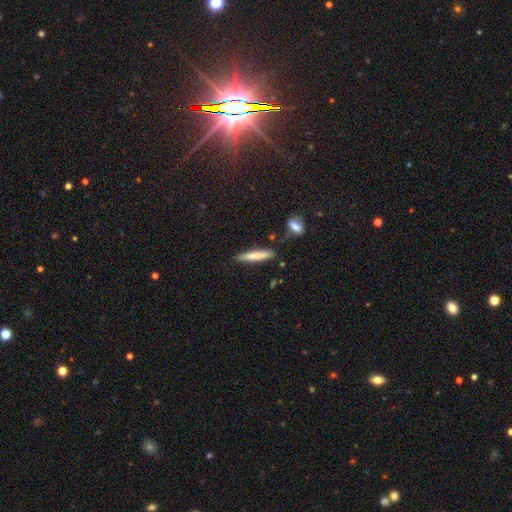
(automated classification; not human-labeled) A smooth galaxy with no disk features (71%) that is cigar-shaped (91%).

Vote fractions:
- Smooth or featured? smooth: 71% / featured or disk: 22% / star or artifact: 6%
- How rounded? cigar-shaped: 91% / in between: 8% / round: 1%
- Merging? none: 80% / minor disturbance: 13% / merger: 4% / major disturbance: 3%